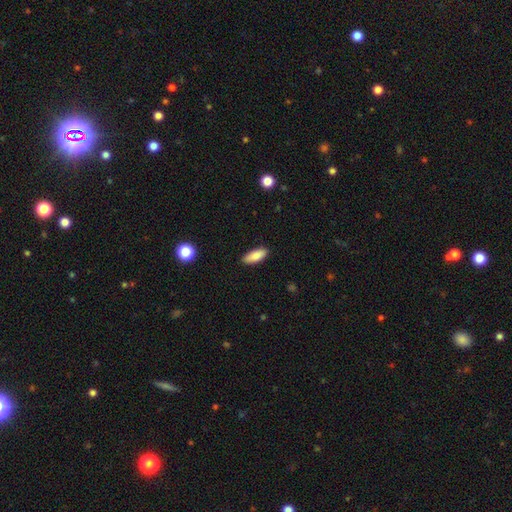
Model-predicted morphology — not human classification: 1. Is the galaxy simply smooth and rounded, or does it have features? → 87% smooth, 7% featured or disk, 6% star or artifact.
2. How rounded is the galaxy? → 73% in between, 25% cigar-shaped, 2% round.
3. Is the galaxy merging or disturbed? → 87% none, 10% minor disturbance, 2% major disturbance, 1% merger.